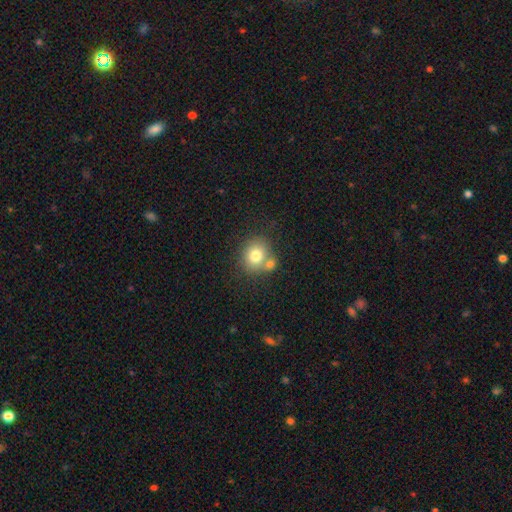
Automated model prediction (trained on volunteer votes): smooth_or_featured: smooth (p=0.76) [alt: featured or disk p=0.14]
how_rounded: round (p=0.77) [alt: in between p=0.22]
merging: none (p=0.51) [alt: merger p=0.35]